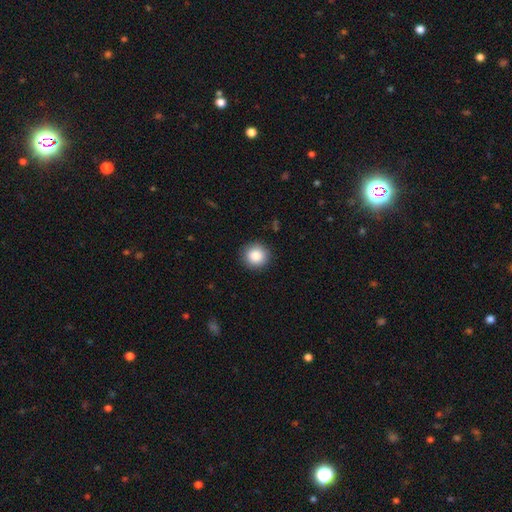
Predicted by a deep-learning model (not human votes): A smooth galaxy with no disk features (86%) that is round (93%).

Vote fractions:
- Smooth or featured? smooth: 86% / star or artifact: 9% / featured or disk: 5%
- How rounded? round: 93% / in between: 6% / cigar-shaped: 1%
- Merging? none: 91% / minor disturbance: 6% / major disturbance: 2% / merger: 1%